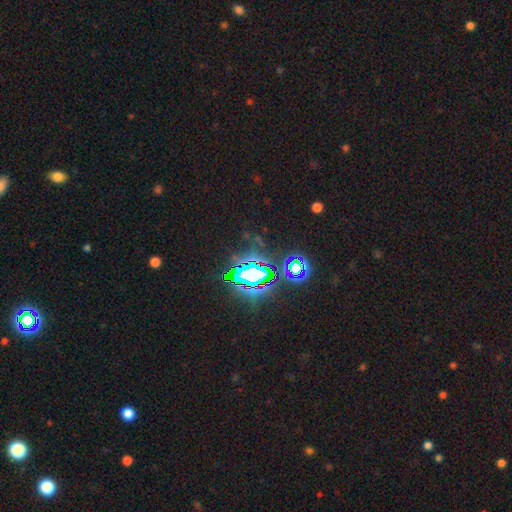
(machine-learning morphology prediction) This appears to be a star or artifact, not a galaxy (83%).